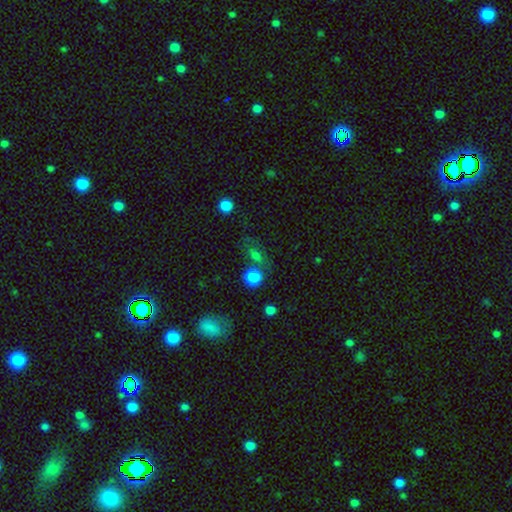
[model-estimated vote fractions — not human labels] This appears to be a smooth galaxy with no disk features (74%) that is round (50%). Merging: none (57%).